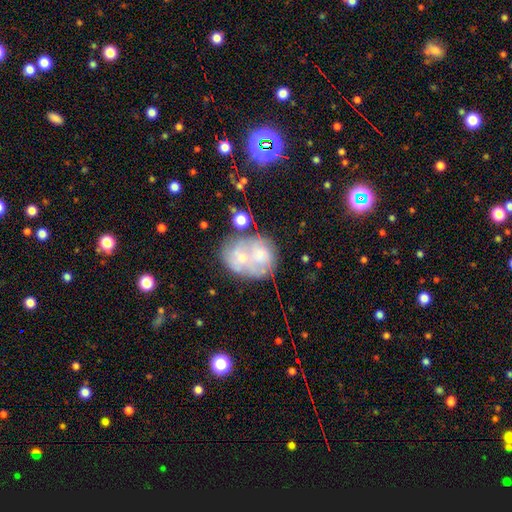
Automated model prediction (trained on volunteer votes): smooth-or-featured: featured or disk: 50% | smooth: 39% | star or artifact: 11%
  disk-edge-on: no: 97% | yes: 3%
  merging: merger: 45% | none: 30% | minor disturbance: 15% | major disturbance: 11%